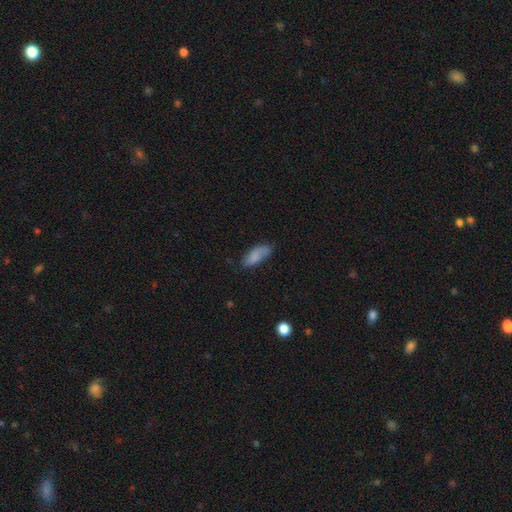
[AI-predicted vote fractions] A smooth galaxy with no disk features (79%) that is in between round and cigar-shaped (81%).

Vote fractions:
- Smooth or featured? smooth: 79% / featured or disk: 14% / star or artifact: 8%
- How rounded? in between: 81% / cigar-shaped: 17% / round: 2%
- Merging? none: 61% / minor disturbance: 28% / major disturbance: 8% / merger: 3%